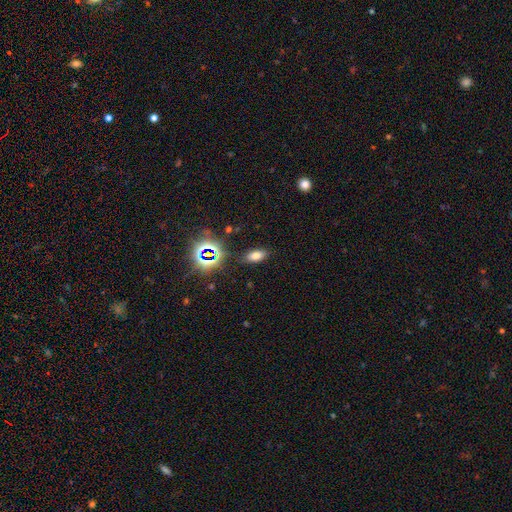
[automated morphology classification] smooth 68%, star or artifact 22%, featured or disk 9%. Down the decision tree: how rounded — in between (85%); merging — none (84%).